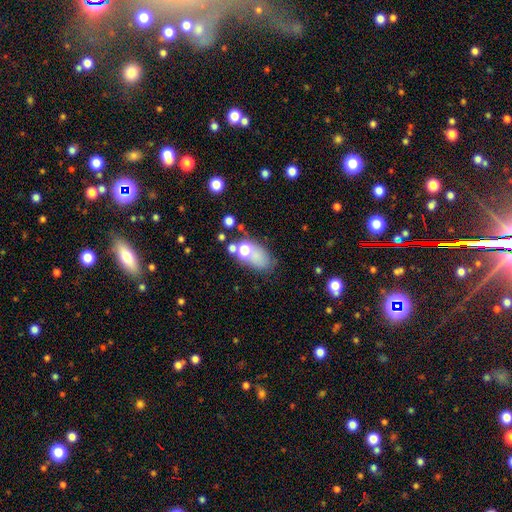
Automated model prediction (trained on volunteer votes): Smooth or featured: smooth — 66% (star or artifact — 17%)
How rounded: in between — 77% (round — 21%)
Merging: none — 43% (merger — 22%)